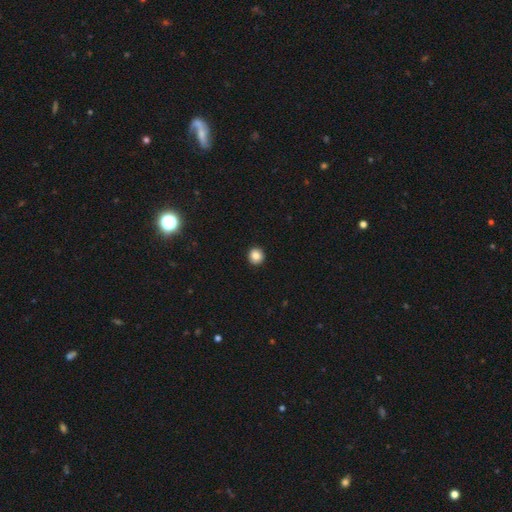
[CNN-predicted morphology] Smooth or featured? smooth (83%)
How rounded? round (92%)
Merging? none (93%)